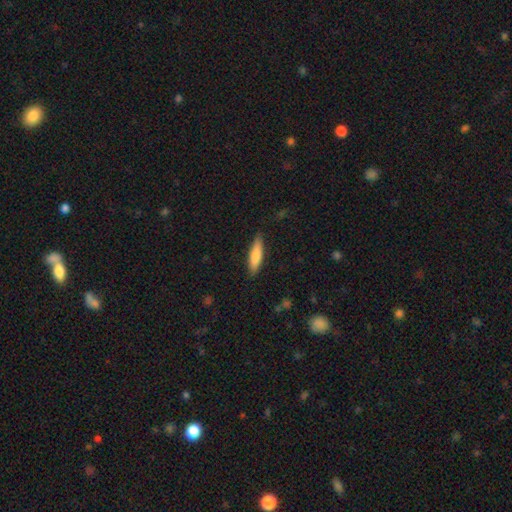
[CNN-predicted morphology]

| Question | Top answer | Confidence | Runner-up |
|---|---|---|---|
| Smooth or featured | smooth | 77% | featured or disk (17%) |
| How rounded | cigar-shaped | 75% | in between (23%) |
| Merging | none | 86% | minor disturbance (10%) |